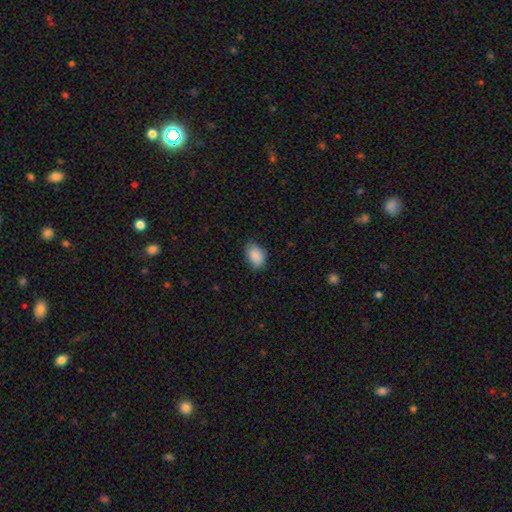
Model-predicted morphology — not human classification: The model was most divided on "merging": none: 69%, minor disturbance: 26%, major disturbance: 4%, merger: 1%. More confident: smooth or featured — smooth (88%); how rounded — in between (81%).